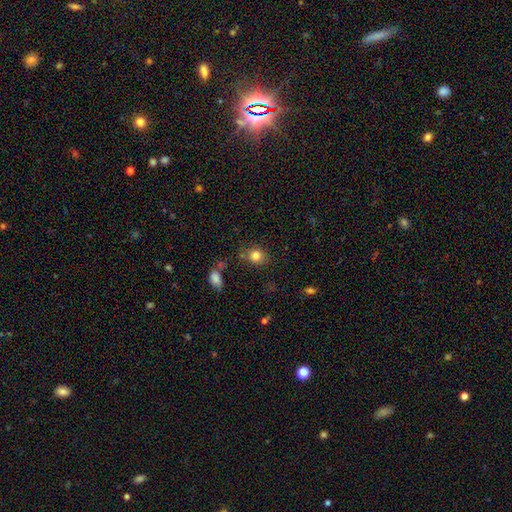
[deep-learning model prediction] Smooth or featured? Predicted: smooth (p=0.82). How rounded? Predicted: round (p=0.68). Merging? Predicted: none (p=0.75).